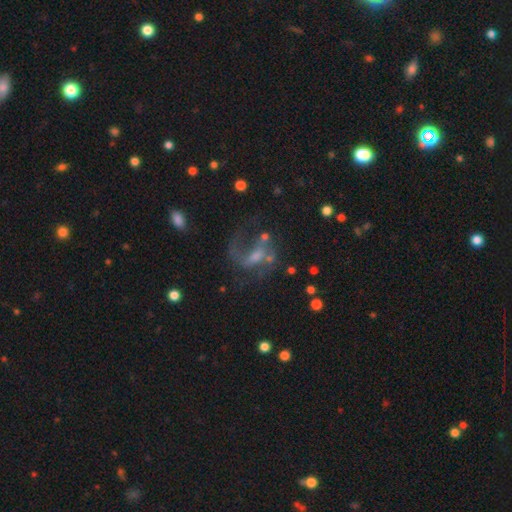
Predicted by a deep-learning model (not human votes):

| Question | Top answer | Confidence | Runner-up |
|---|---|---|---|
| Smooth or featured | featured or disk | 71% | star or artifact (15%) |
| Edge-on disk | no | 96% | yes (4%) |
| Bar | weak | 46% | no (32%) |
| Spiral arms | yes | 81% | no (19%) |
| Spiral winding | loose | 55% | medium (36%) |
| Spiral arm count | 2 | 57% | 1 (28%) |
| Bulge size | small | 39% | moderate (33%) |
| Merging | none | 44% | major disturbance (32%) |